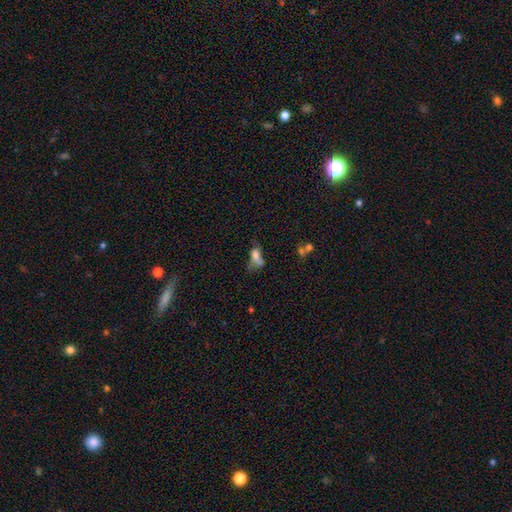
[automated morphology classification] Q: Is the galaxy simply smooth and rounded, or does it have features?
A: smooth — 64%.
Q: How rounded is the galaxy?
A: in between — 79%.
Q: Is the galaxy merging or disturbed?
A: major disturbance — 30%.